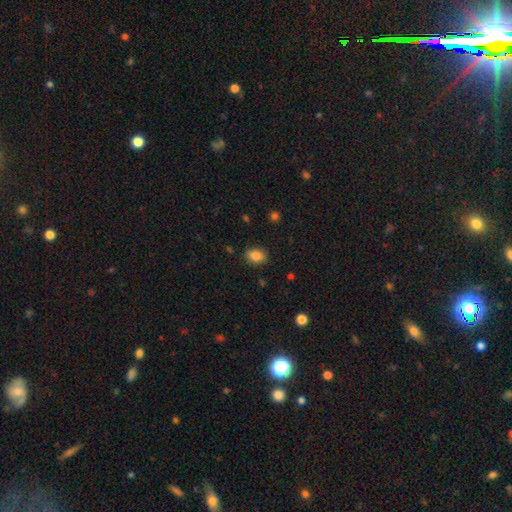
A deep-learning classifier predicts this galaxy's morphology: Smooth or featured: smooth — 86% (star or artifact — 9%)
How rounded: in between — 70% (round — 29%)
Merging: none — 86% (minor disturbance — 10%)